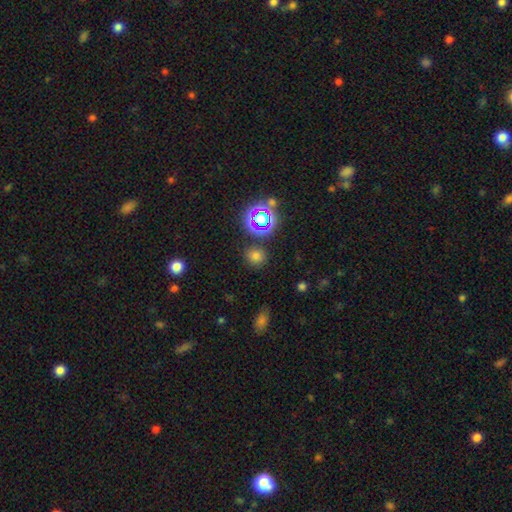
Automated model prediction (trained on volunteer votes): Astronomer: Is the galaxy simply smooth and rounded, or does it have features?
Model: smooth — 70%.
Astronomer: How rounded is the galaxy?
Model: round — 87%.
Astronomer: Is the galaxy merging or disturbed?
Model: none — 84%.